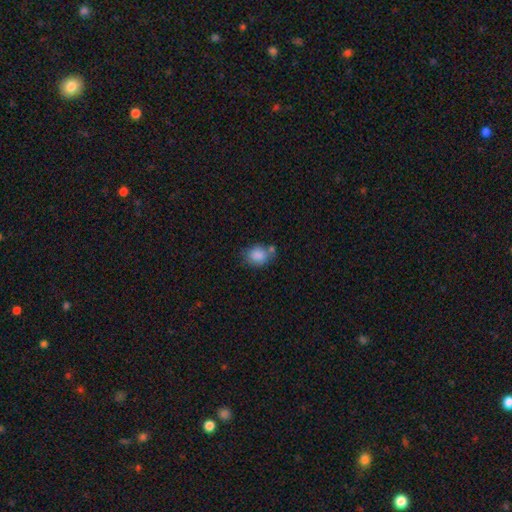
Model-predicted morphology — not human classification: This appears to be a smooth galaxy with no disk features (81%) that is round (66%). Merging: none (67%).